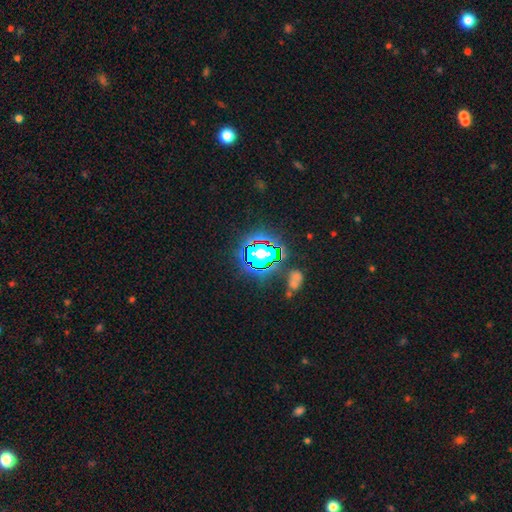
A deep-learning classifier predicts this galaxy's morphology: Q: Smooth or featured?
A: star or artifact (64%); runner-up: smooth (22%)